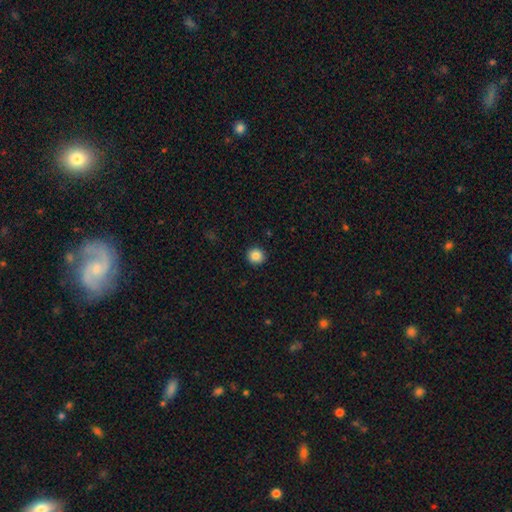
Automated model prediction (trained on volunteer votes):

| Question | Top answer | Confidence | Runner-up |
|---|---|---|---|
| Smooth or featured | smooth | 86% | star or artifact (10%) |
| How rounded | round | 94% | in between (5%) |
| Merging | none | 92% | minor disturbance (5%) |